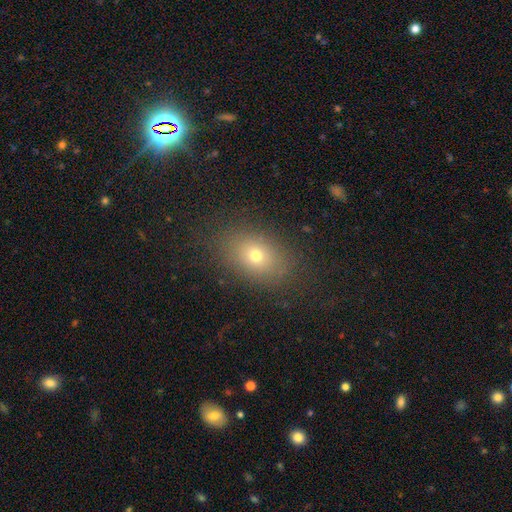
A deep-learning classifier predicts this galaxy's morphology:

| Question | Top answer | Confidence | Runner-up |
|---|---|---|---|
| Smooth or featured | smooth | 69% | star or artifact (16%) |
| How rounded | in between | 70% | round (28%) |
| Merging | none | 83% | minor disturbance (11%) |